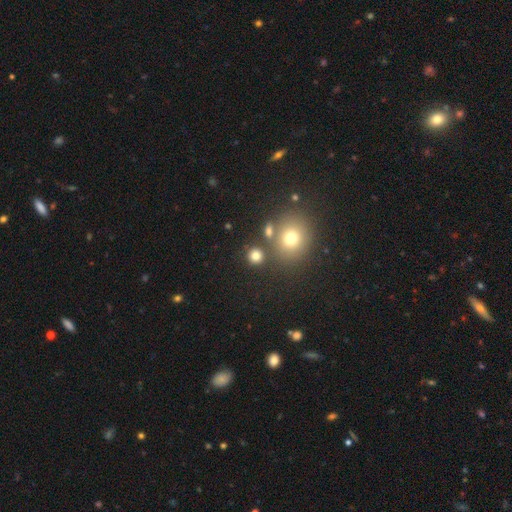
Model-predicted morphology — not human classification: Q: Smooth or featured?
A: smooth (77%); runner-up: star or artifact (16%)
Q: How rounded?
A: round (88%); runner-up: in between (11%)
Q: Merging?
A: none (78%); runner-up: merger (11%)